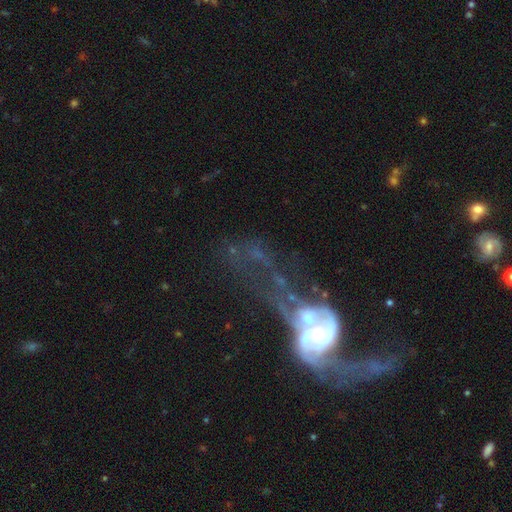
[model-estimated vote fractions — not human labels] Smooth or featured? featured or disk (74%)
Edge-on disk? no (94%)
Bar? no (61%)
Spiral arms? yes (70%)
Bulge size? small (36%)
Merging? merger (53%)